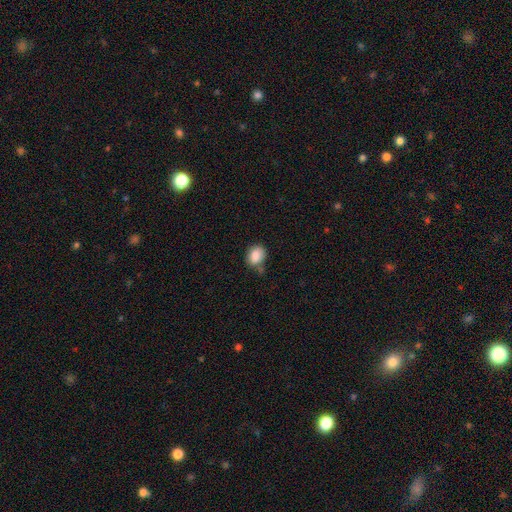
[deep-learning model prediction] Q: Smooth or featured?
A: smooth (86%); runner-up: star or artifact (8%)
Q: How rounded?
A: in between (57%); runner-up: round (42%)
Q: Merging?
A: none (60%); runner-up: minor disturbance (25%)